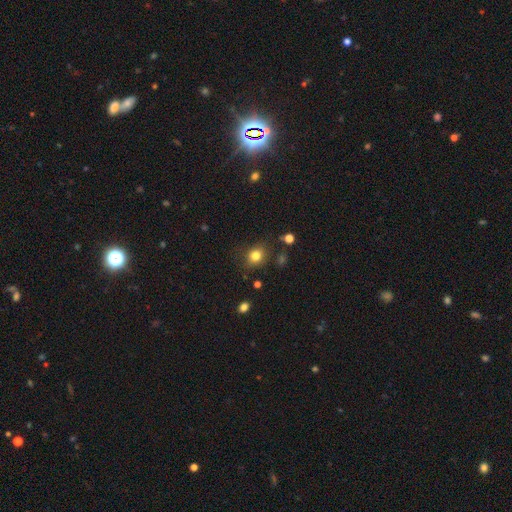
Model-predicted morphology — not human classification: Overall: smooth (80%). How rounded: round (68%; in between 31%). Merging: none (79%).